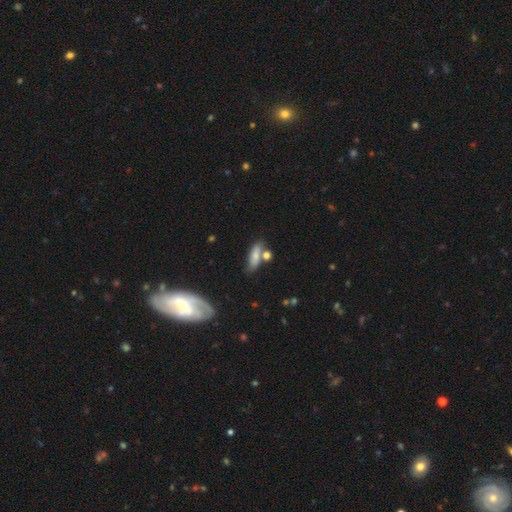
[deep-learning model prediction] Smooth or featured? Predicted: smooth (p=0.68). How rounded? Predicted: in between (p=0.63). Merging? Predicted: none (p=0.55).